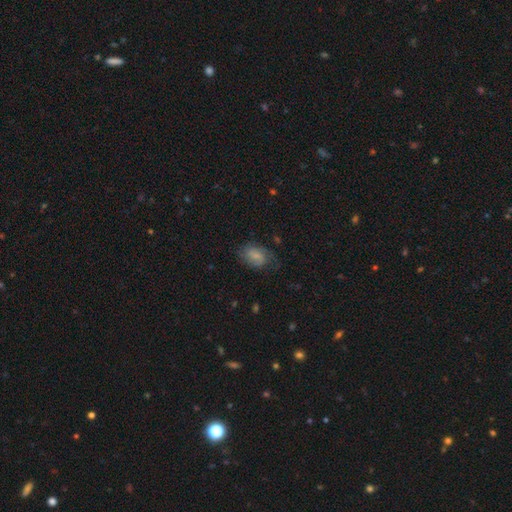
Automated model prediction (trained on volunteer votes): A smooth galaxy with no disk features (55%) that is in between round and cigar-shaped (75%).

Vote fractions:
- Smooth or featured? smooth: 55% / featured or disk: 36% / star or artifact: 9%
- How rounded? in between: 75% / round: 23% / cigar-shaped: 2%
- Merging? none: 60% / minor disturbance: 26% / major disturbance: 13% / merger: 2%